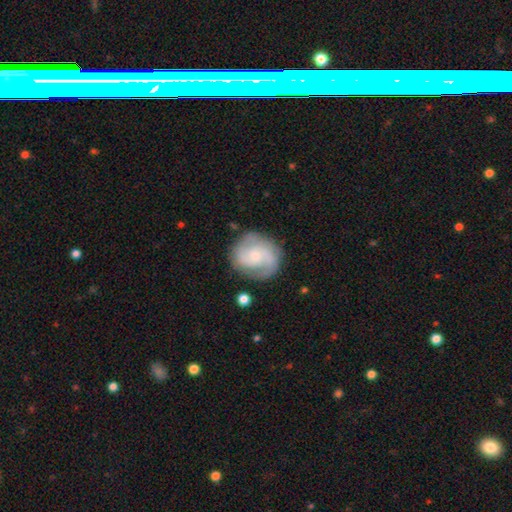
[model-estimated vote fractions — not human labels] Smooth or featured: featured or disk — 77% (smooth — 18%)
Edge-on disk: no — 98% (yes — 2%)
Bar: no — 66% (weak — 29%)
Spiral arms: yes — 95% (no — 5%)
Spiral winding: medium — 46% (tight — 38%)
Spiral arm count: 2 — 66% (3 — 13%)
Bulge size: small — 69% (moderate — 25%)
Merging: none — 77% (minor disturbance — 15%)